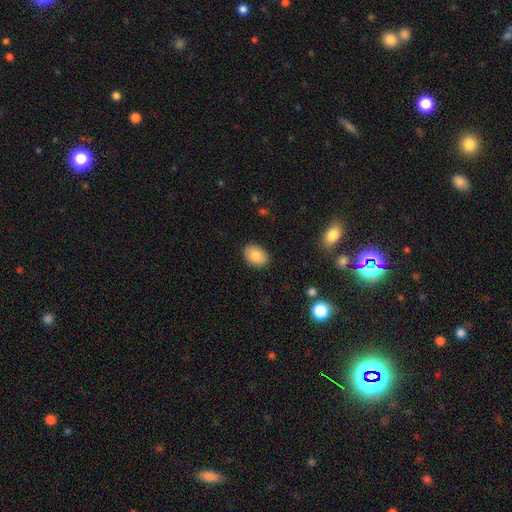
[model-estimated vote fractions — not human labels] smooth 84%, featured or disk 8%, star or artifact 7%. Down the decision tree: how rounded — in between (79%); merging — none (88%).